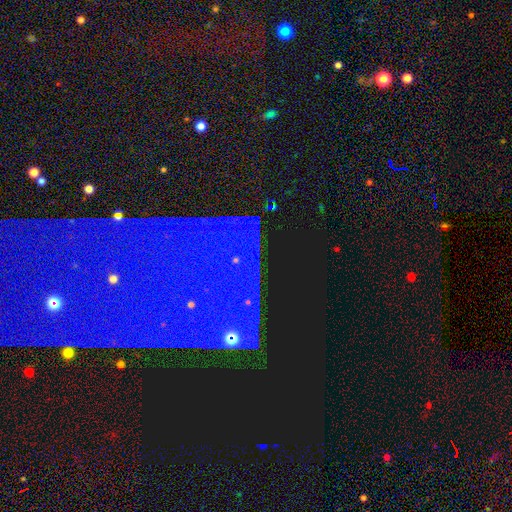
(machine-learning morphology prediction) A star or artifact, not a galaxy (74%).